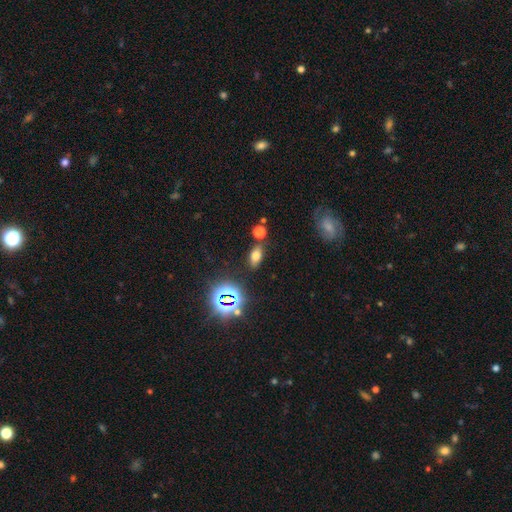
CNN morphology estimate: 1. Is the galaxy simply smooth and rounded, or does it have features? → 64% smooth, 23% star or artifact, 13% featured or disk.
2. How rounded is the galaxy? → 82% in between, 11% round, 8% cigar-shaped.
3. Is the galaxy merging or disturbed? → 78% none, 12% minor disturbance, 7% merger, 4% major disturbance.